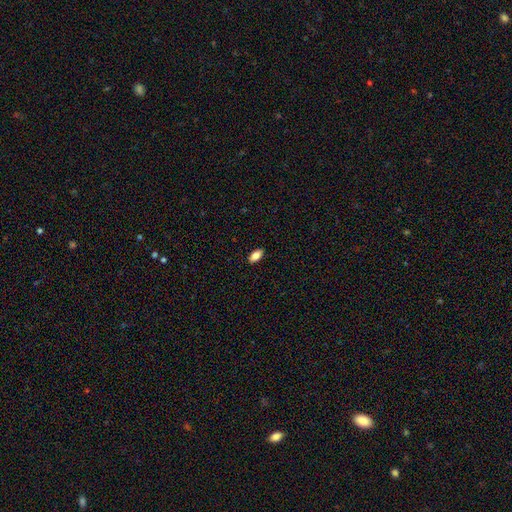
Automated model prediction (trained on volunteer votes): A smooth galaxy with no disk features (81%) that is in between round and cigar-shaped (89%).

Vote fractions:
- Smooth or featured? smooth: 81% / featured or disk: 12% / star or artifact: 8%
- How rounded? in between: 89% / cigar-shaped: 8% / round: 3%
- Merging? none: 89% / minor disturbance: 8% / major disturbance: 2% / merger: 1%